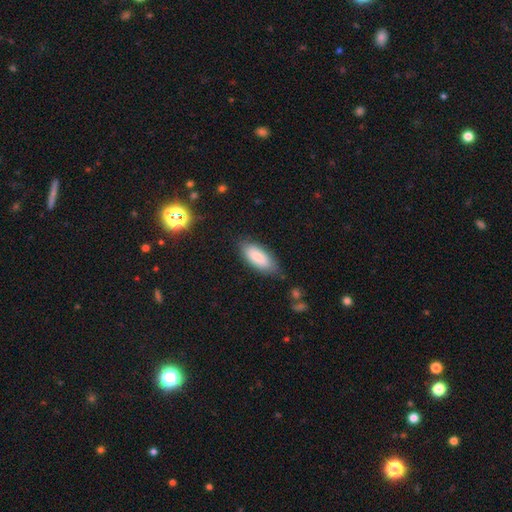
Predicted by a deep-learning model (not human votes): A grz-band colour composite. It shows a smooth galaxy with no disk features (85%) that is in between round and cigar-shaped (83%). Merging: none (79%).